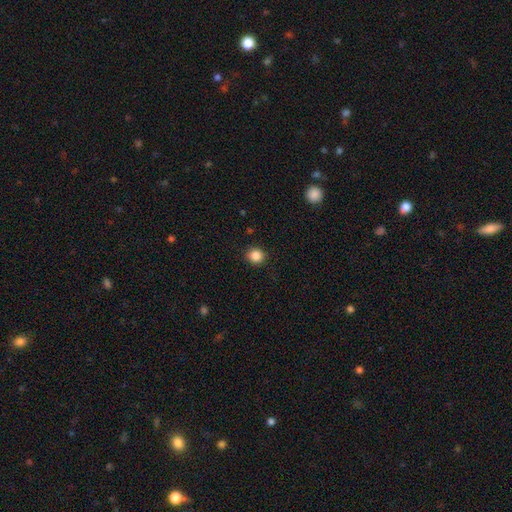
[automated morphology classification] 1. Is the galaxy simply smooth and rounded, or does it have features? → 87% smooth, 10% star or artifact, 3% featured or disk.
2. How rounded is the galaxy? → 88% round, 11% in between, 1% cigar-shaped.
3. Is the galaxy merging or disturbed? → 91% none, 6% minor disturbance, 2% major disturbance, 1% merger.